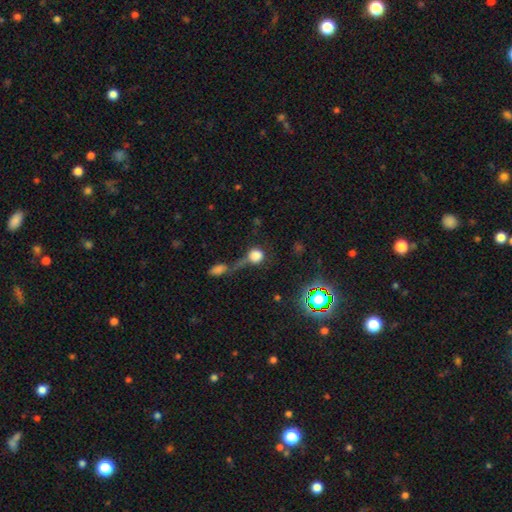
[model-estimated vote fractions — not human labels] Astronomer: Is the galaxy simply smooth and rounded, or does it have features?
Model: smooth — 74%.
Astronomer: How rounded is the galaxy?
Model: round — 86%.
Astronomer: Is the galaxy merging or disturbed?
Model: none — 39% (runner-up: merger, 35%).